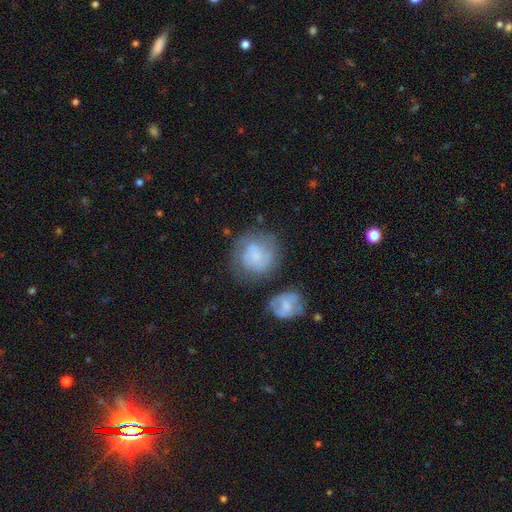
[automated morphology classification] Smooth or featured: smooth — 52% (featured or disk — 40%)
How rounded: round — 83% (in between — 15%)
Merging: none — 60% (minor disturbance — 20%)